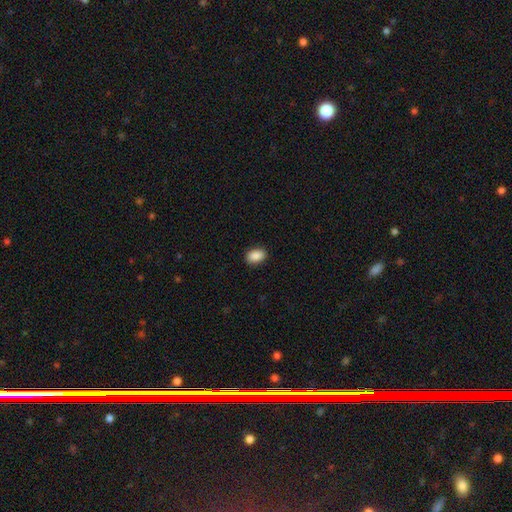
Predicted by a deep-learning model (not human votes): smooth_or_featured: smooth (p=0.90) [alt: star or artifact p=0.07]
how_rounded: in between (p=0.87) [alt: round p=0.11]
merging: none (p=0.89) [alt: minor disturbance p=0.08]